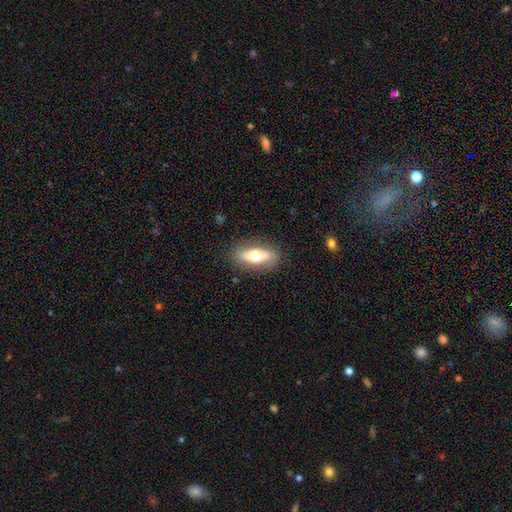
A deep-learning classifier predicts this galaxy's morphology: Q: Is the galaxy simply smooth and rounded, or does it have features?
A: smooth — 58%.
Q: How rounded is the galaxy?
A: in between — 80%.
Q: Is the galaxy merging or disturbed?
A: none — 84%.